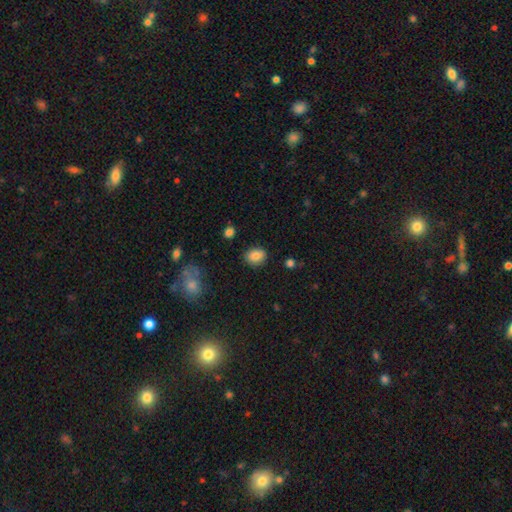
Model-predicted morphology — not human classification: This is clearly a smooth galaxy (84%). How rounded: possibly in between (56%). Merging: clearly none (83%).